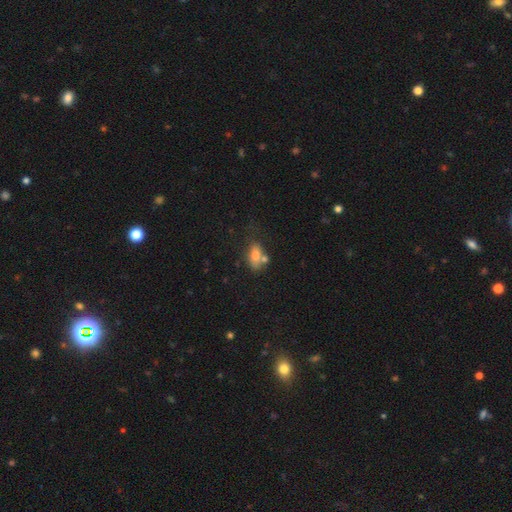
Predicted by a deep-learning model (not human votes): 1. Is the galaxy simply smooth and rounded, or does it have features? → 73% smooth, 17% featured or disk, 10% star or artifact.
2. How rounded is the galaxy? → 84% in between, 10% round, 7% cigar-shaped.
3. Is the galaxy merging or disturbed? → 42% none, 32% merger, 18% minor disturbance, 8% major disturbance.